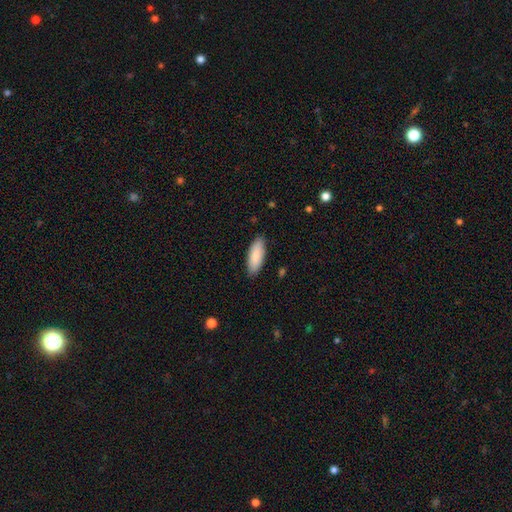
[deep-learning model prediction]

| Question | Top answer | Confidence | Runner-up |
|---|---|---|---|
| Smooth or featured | smooth | 88% | featured or disk (7%) |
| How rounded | in between | 73% | cigar-shaped (26%) |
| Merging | none | 87% | minor disturbance (10%) |